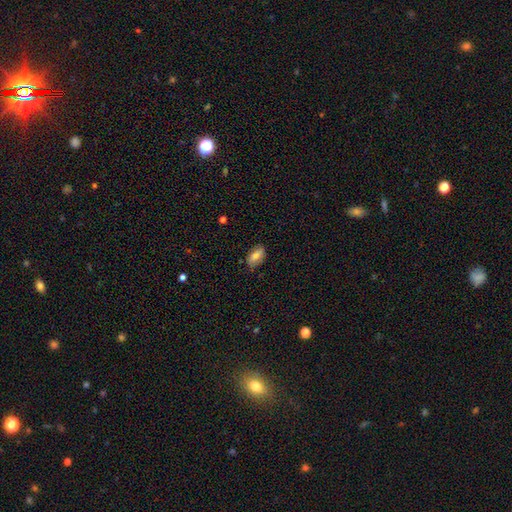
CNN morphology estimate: Overall: smooth (65%; featured or disk 27%). How rounded: in between (90%). Merging: none (78%).